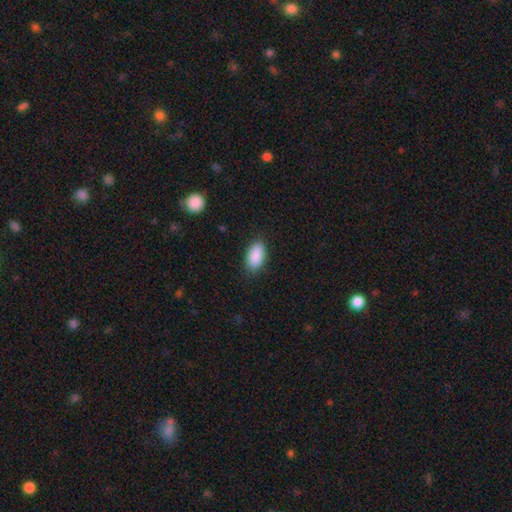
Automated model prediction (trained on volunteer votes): Smooth or featured? smooth (90%)
How rounded? in between (94%)
Merging? none (86%)